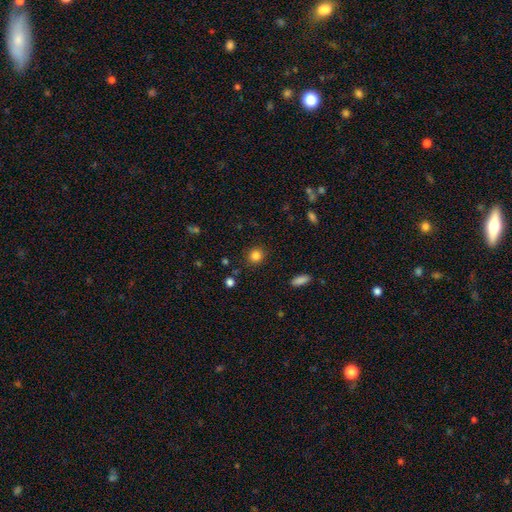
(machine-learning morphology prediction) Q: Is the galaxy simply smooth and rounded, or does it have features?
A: smooth — 84%.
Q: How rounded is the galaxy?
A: round — 86%.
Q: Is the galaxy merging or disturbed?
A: none — 89%.